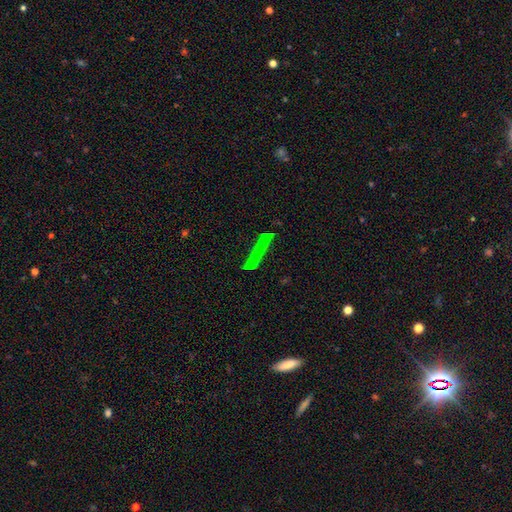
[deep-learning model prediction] A featured or disk galaxy (42%).

Vote fractions:
- Smooth or featured? featured or disk: 42% / smooth: 38% / star or artifact: 20%
- Merging? none: 60% / minor disturbance: 16% / merger: 12% / major disturbance: 11%